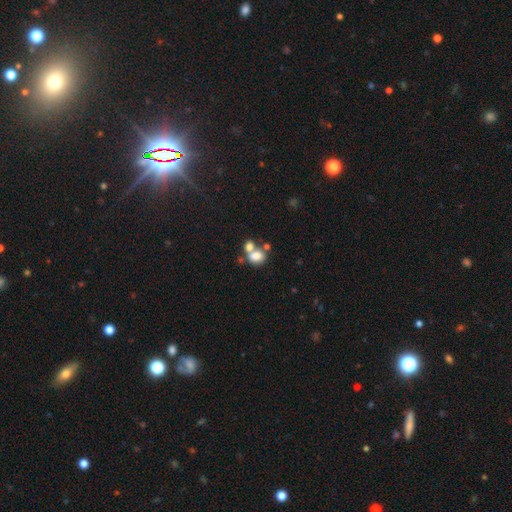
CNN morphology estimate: A smooth galaxy with no disk features (74%) that is in between round and cigar-shaped (61%). Merging: merger (52%).